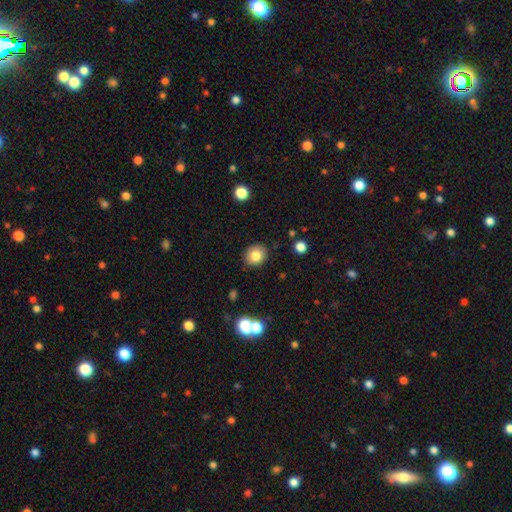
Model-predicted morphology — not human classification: smooth-or-featured: smooth: 81% | star or artifact: 10% | featured or disk: 8%
  how-rounded: round: 70% | in between: 29% | cigar-shaped: 1%
  merging: none: 86% | minor disturbance: 9% | major disturbance: 2% | merger: 2%